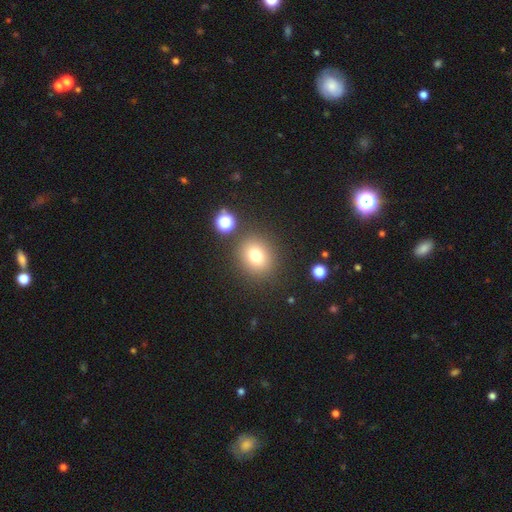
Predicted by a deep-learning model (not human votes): smooth-or-featured: smooth: 76% | star or artifact: 15% | featured or disk: 9%
  how-rounded: round: 78% | in between: 21% | cigar-shaped: 1%
  merging: none: 85% | minor disturbance: 8% | merger: 4% | major disturbance: 3%